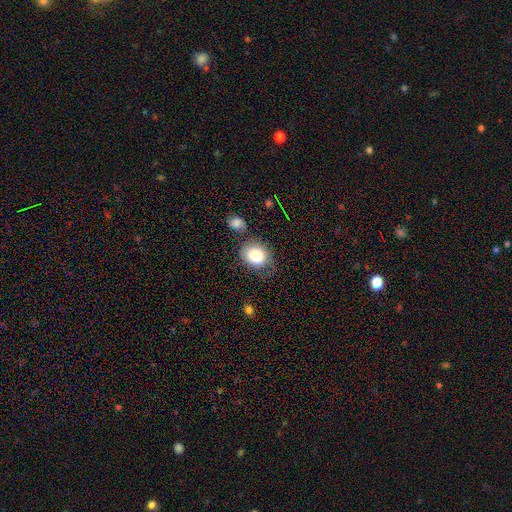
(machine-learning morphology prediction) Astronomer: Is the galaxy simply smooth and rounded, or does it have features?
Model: smooth — 83%.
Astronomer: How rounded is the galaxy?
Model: round — 55% (runner-up: in between, 44%).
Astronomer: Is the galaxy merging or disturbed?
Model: none — 57%.